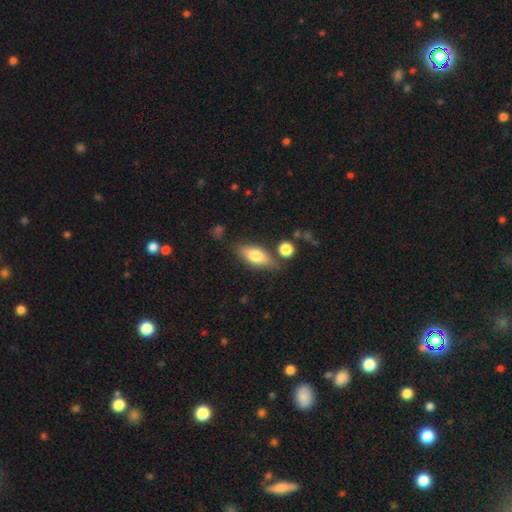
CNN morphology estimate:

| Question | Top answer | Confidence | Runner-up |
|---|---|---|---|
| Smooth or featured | smooth | 69% | featured or disk (24%) |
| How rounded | in between | 79% | cigar-shaped (16%) |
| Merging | none | 74% | minor disturbance (16%) |